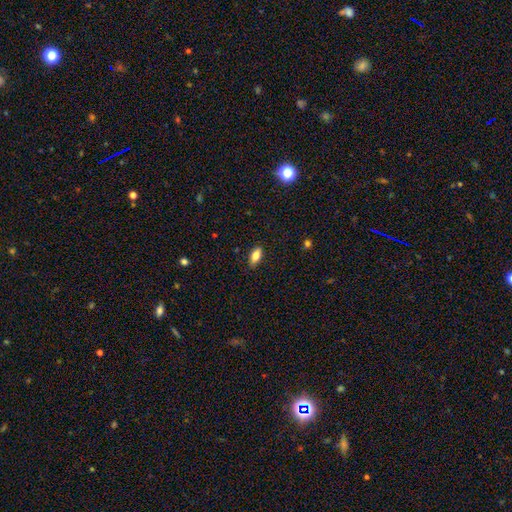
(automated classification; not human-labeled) Smooth or featured?
  - smooth: 80% *
  - featured or disk: 12%
  - star or artifact: 8%
How rounded?
  - in between: 88% *
  - cigar-shaped: 8%
  - round: 4%
Merging?
  - none: 86% *
  - minor disturbance: 11%
  - major disturbance: 2%
  - merger: 1%